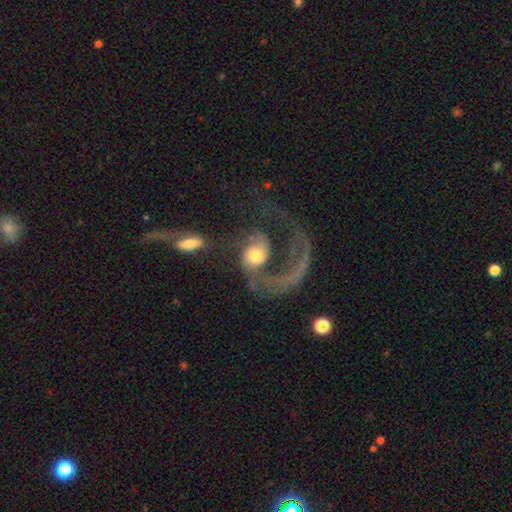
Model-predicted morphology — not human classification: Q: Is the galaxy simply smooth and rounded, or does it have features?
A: featured or disk — 69%.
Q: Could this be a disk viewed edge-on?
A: no — 97%.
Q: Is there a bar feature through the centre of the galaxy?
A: no — 72%.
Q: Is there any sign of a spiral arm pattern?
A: yes — 80%.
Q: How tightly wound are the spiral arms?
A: loose — 70%.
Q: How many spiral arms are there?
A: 1 — 72%.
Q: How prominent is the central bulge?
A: moderate — 58%.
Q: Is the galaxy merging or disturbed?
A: major disturbance — 59%.